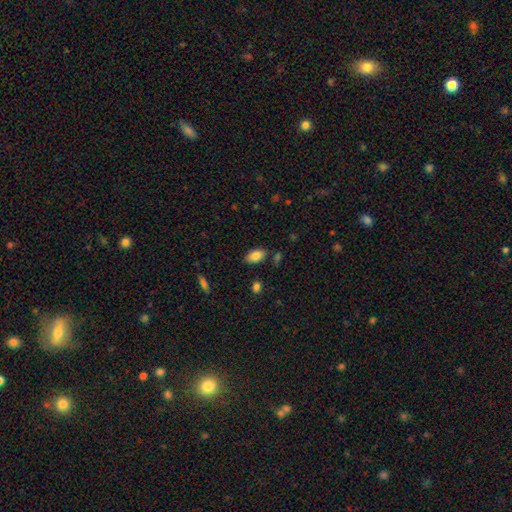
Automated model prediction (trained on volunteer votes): This is clearly a smooth galaxy (85%). How rounded: clearly in between (93%). Merging: clearly none (82%).